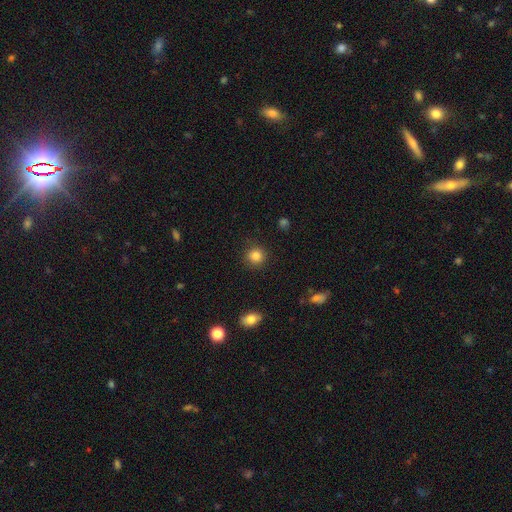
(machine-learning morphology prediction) smooth 85%, star or artifact 11%, featured or disk 4%. Down the decision tree: how rounded — round (91%); merging — none (89%).